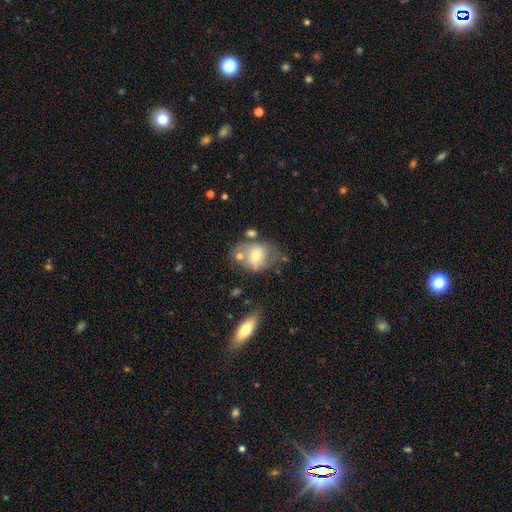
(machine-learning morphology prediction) smooth 57%, featured or disk 34%, star or artifact 9%. Down the decision tree: how rounded — in between (51%); merging — none (40%).